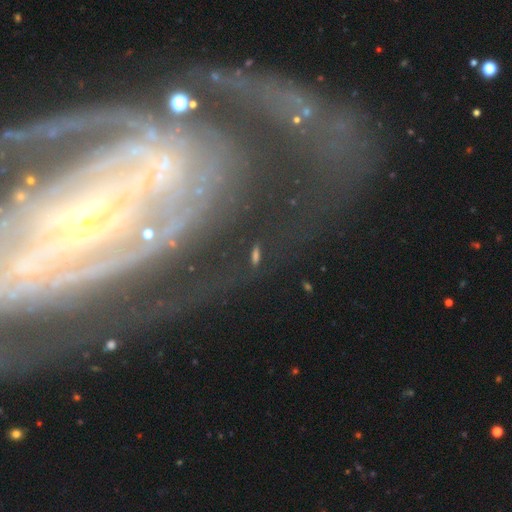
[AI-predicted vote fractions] Morphology: type=featured or disk (64%); edge-on=no (88%); bar=no (41%); spiral arms=yes (82%); bulge=small (53%); merging=none (64%).